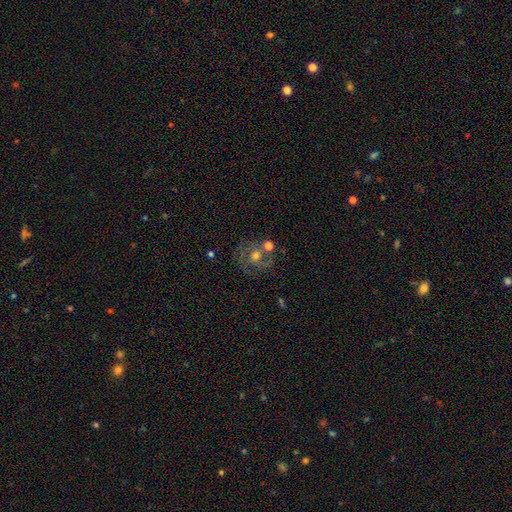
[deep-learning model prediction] Smooth or featured: featured or disk — 59% (smooth — 28%)
Edge-on disk: no — 97% (yes — 3%)
Bar: no — 70% (weak — 24%)
Spiral arms: yes — 77% (no — 23%)
Bulge size: moderate — 66% (small — 24%)
Merging: none — 59% (minor disturbance — 16%)